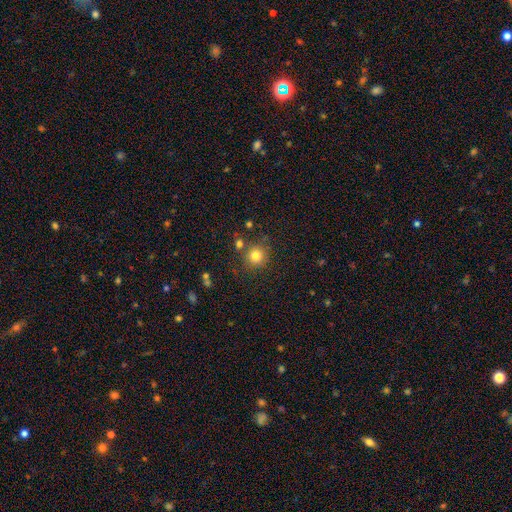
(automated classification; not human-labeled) This appears to be a smooth galaxy with no disk features (80%) that is round (93%). Merging: none (80%).